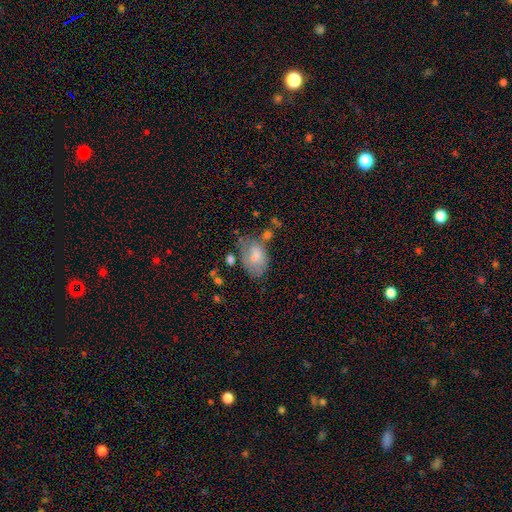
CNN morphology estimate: smooth_or_featured: smooth (p=0.71) [alt: featured or disk p=0.20]
how_rounded: in between (p=0.84) [alt: round p=0.14]
merging: none (p=0.39) [alt: minor disturbance p=0.29]